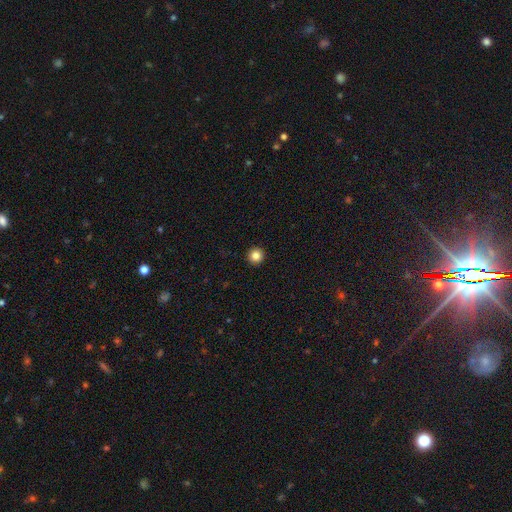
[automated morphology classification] The model was most divided on "smooth or featured": smooth: 84%, star or artifact: 11%, featured or disk: 5%. More confident: how rounded — round (96%); merging — none (94%).